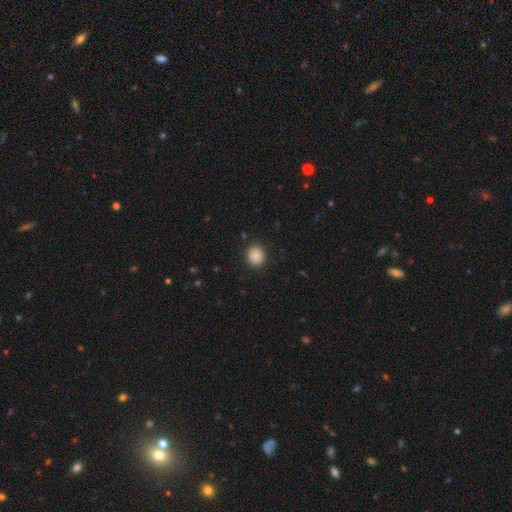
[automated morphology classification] Overall: smooth (87%). How rounded: round (76%). Merging: none (90%).